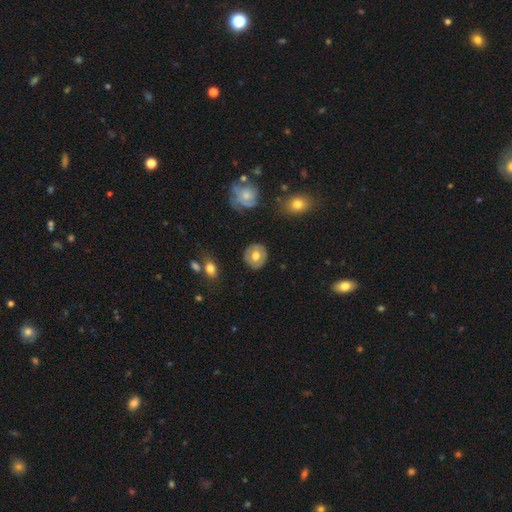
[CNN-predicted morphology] The model was most divided on "smooth or featured": smooth: 61%, featured or disk: 32%, star or artifact: 7%. More confident: merging — none (85%); how rounded — round (83%).